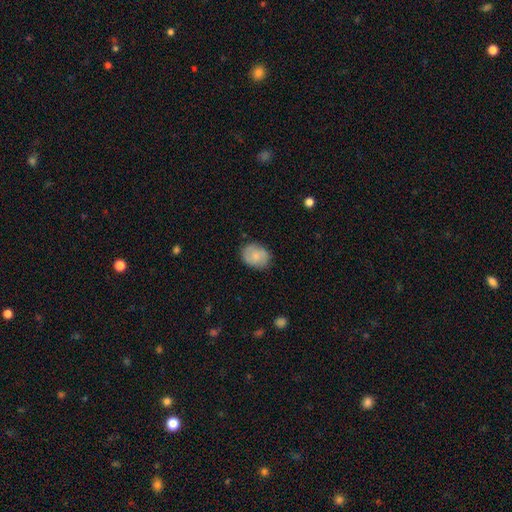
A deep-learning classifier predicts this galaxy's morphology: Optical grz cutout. It shows a smooth galaxy with no disk features (69%) that is in between round and cigar-shaped (53%). Merging: none (79%).